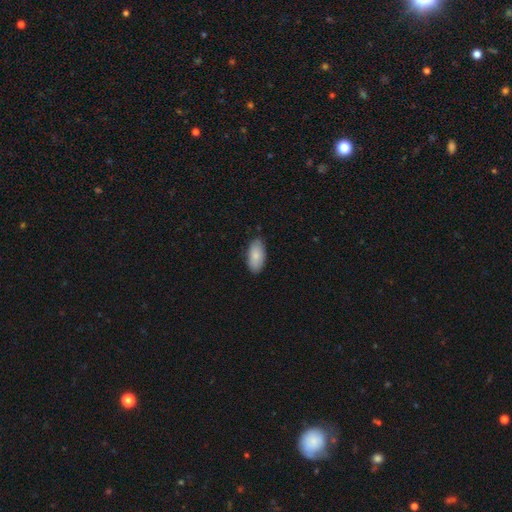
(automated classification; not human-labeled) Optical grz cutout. It shows a smooth galaxy with no disk features (84%) that is in between round and cigar-shaped (94%). Merging: none (84%).